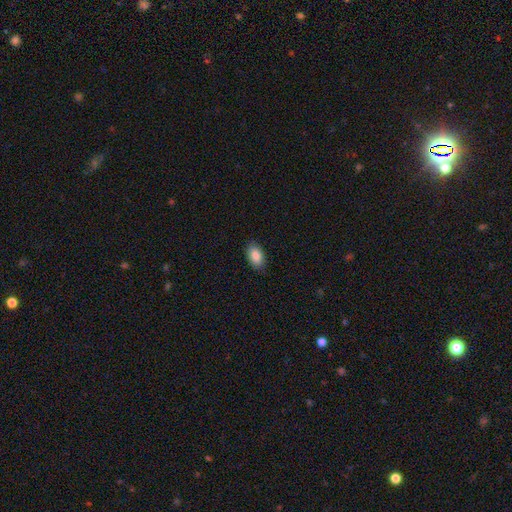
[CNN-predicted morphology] Smooth or featured? Predicted: smooth (p=0.88). How rounded? Predicted: in between (p=0.92). Merging? Predicted: none (p=0.87).